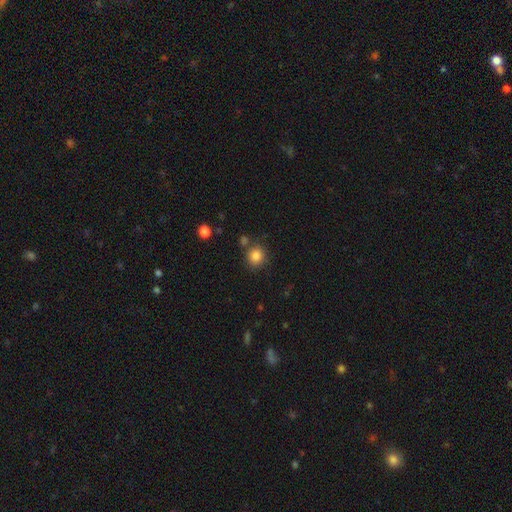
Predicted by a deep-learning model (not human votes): The model was most divided on "how rounded": round: 82%, in between: 17%, cigar-shaped: 1%. More confident: smooth or featured — smooth (85%); merging — none (77%).